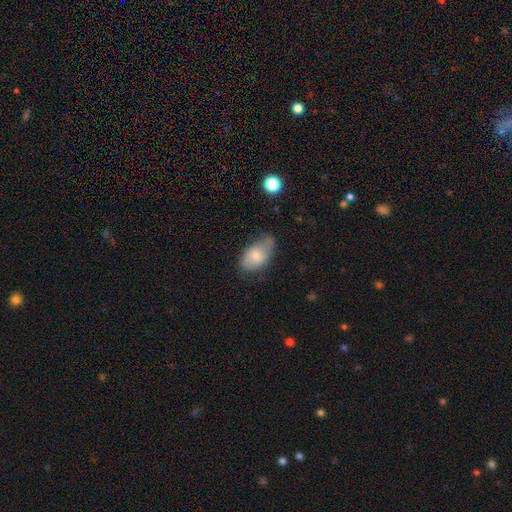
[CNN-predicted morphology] This is likely a smooth galaxy (66%). How rounded: clearly in between (91%). Merging: possibly none (50%).